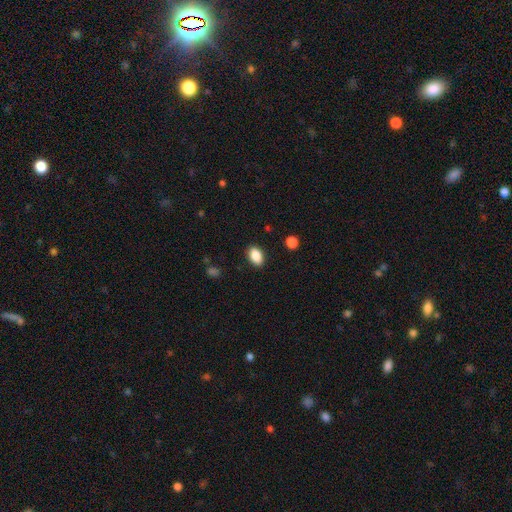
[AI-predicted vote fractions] A smooth galaxy with no disk features (88%) that is in between round and cigar-shaped (90%). Merging: none (88%).